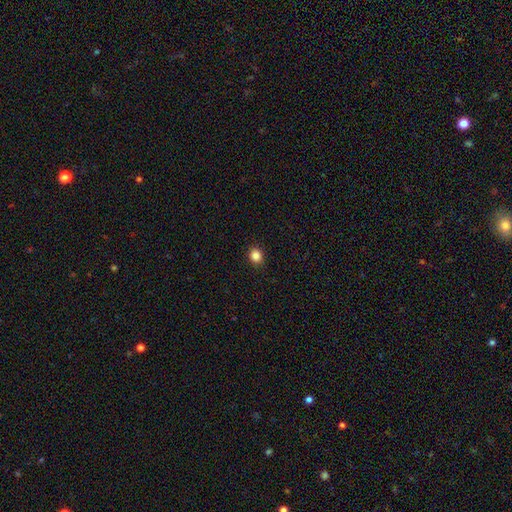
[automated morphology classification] The model was most divided on "how rounded": round: 73%, in between: 26%, cigar-shaped: 1%. More confident: merging — none (91%); smooth or featured — smooth (85%).